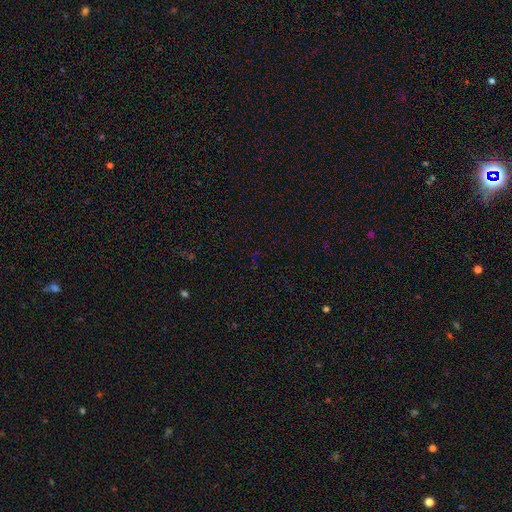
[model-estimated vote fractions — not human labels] smooth-or-featured: star or artifact: 72% | smooth: 20% | featured or disk: 8%